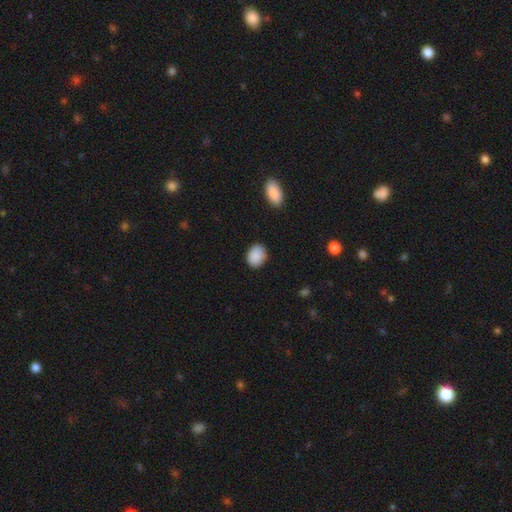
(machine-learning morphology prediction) This appears to be a smooth galaxy with no disk features (90%) that is in between round and cigar-shaped (64%). Merging: none (86%).